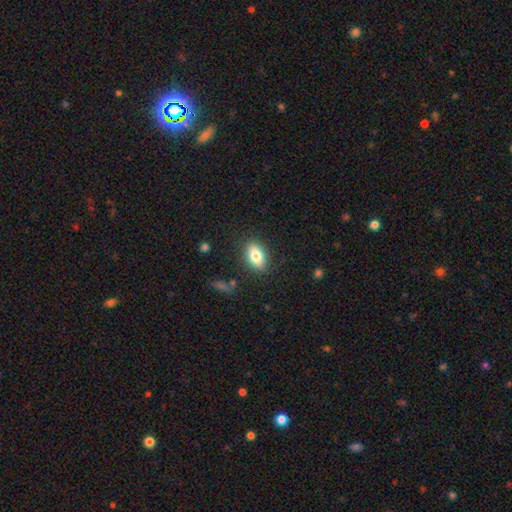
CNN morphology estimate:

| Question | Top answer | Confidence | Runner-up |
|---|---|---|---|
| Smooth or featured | smooth | 76% | featured or disk (16%) |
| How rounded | in between | 85% | cigar-shaped (9%) |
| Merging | none | 85% | minor disturbance (10%) |